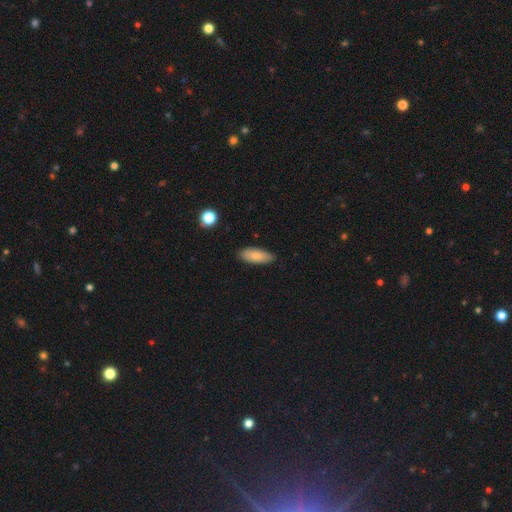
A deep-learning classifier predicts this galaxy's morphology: smooth-or-featured: smooth: 81% | featured or disk: 12% | star or artifact: 7%
  how-rounded: in between: 78% | cigar-shaped: 20% | round: 2%
  merging: none: 84% | minor disturbance: 13% | major disturbance: 2% | merger: 1%